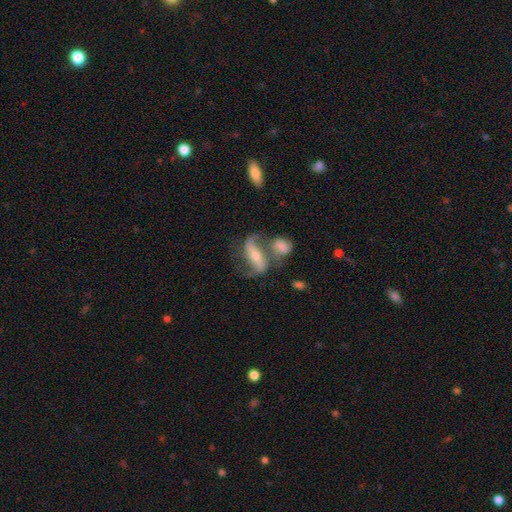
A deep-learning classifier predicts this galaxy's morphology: This appears to be a featured or disk galaxy (78%) with a strong bar (56%), 2 (90%) loose (62%) spiral arms (91%) and a small central bulge (46%). Merging: none (42%).